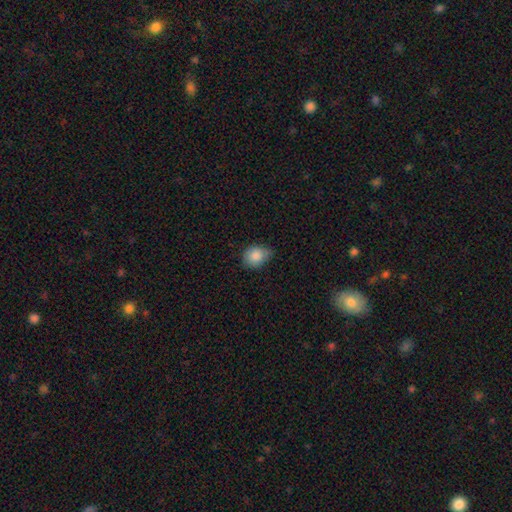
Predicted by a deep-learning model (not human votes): Morphology: type=smooth (86%); roundness=in between (55%); merging=none (58%).